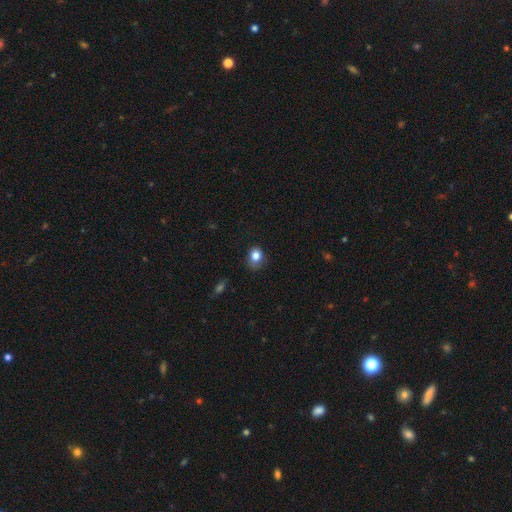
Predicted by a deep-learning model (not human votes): A smooth galaxy with no disk features (82%) that is round (58%). Merging: none (62%).